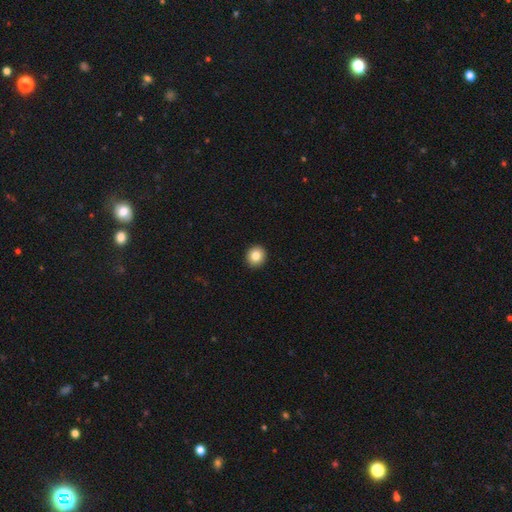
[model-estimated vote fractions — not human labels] The model was most divided on "smooth or featured": smooth: 83%, star or artifact: 9%, featured or disk: 7%. More confident: merging — none (94%); how rounded — round (90%).